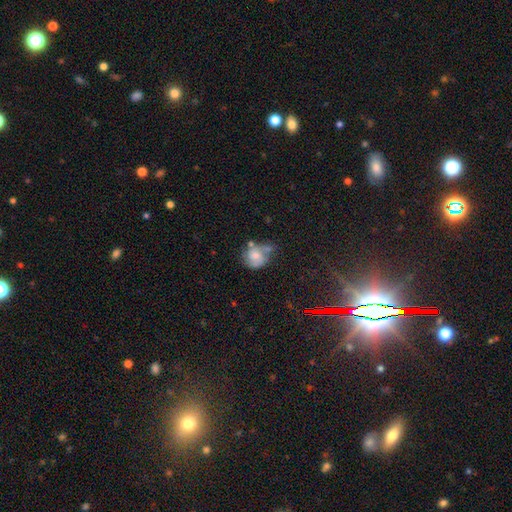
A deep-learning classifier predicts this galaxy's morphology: Smooth or featured?
  - featured or disk: 51% *
  - smooth: 39%
  - star or artifact: 11%
Edge-on disk?
  - no: 97% *
  - yes: 3%
Merging?
  - none: 40% *
  - minor disturbance: 28%
  - merger: 18%
  - major disturbance: 14%